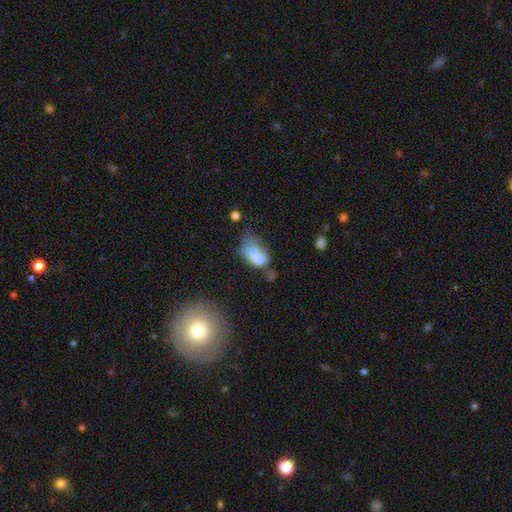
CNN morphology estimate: A smooth galaxy with no disk features (68%) that is in between round and cigar-shaped (87%). Merging: major disturbance (28%).